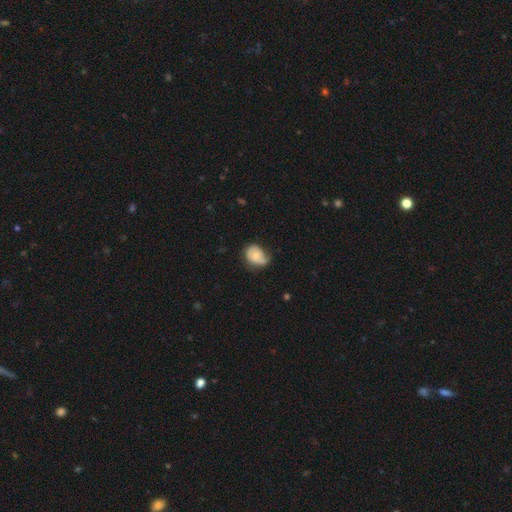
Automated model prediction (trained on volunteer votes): Morphology: type=smooth (52%); roundness=in between (62%); merging=minor disturbance (41%).